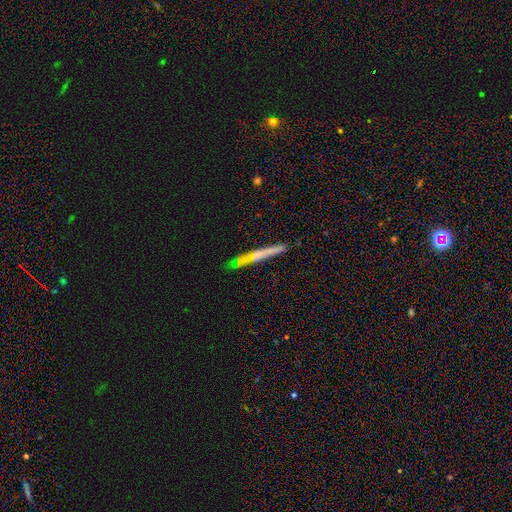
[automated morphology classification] This is possibly a featured or disk galaxy (57%). It is clearly viewed edge-on (95%). Edge-on bulge: possibly none (47%). Merging: clearly none (83%).